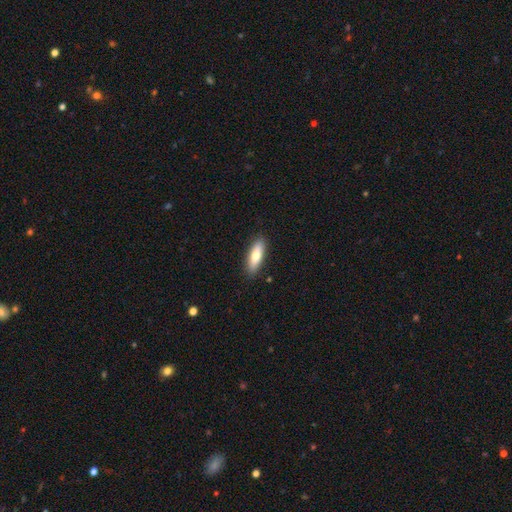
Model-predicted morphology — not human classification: A smooth galaxy with no disk features (71%) that is in between round and cigar-shaped (50%). Merging: none (89%).